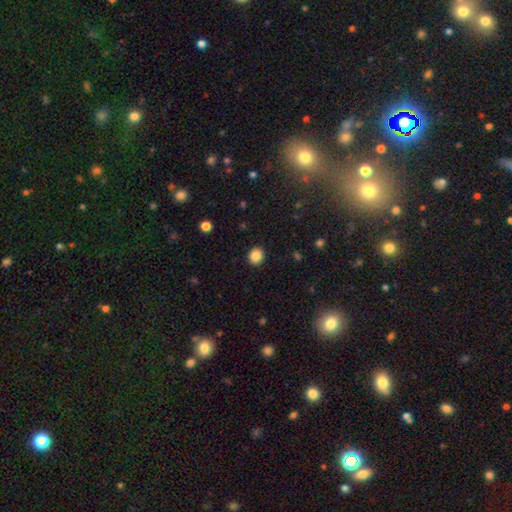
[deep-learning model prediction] Smooth or featured? smooth (87%)
How rounded? round (79%)
Merging? none (91%)